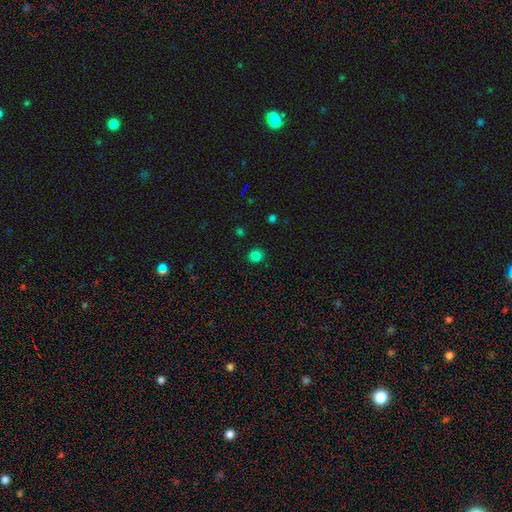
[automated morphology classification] A smooth galaxy with no disk features (82%) that is round (82%).

Vote fractions:
- Smooth or featured? smooth: 82% / star or artifact: 14% / featured or disk: 4%
- How rounded? round: 82% / in between: 17% / cigar-shaped: 1%
- Merging? none: 90% / minor disturbance: 7% / major disturbance: 2% / merger: 1%